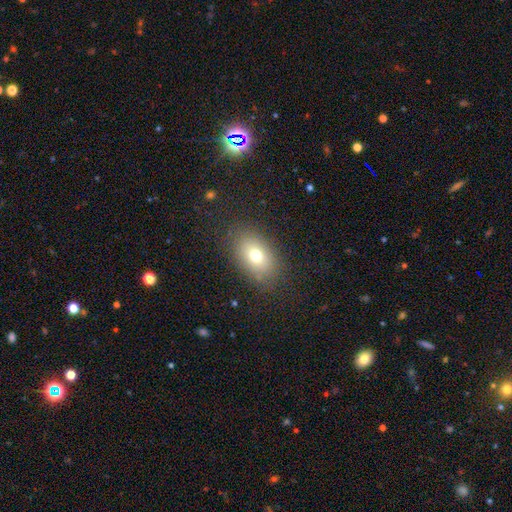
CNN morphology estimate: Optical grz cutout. It shows a smooth galaxy with no disk features (74%) that is in between round and cigar-shaped (81%). Merging: none (83%).